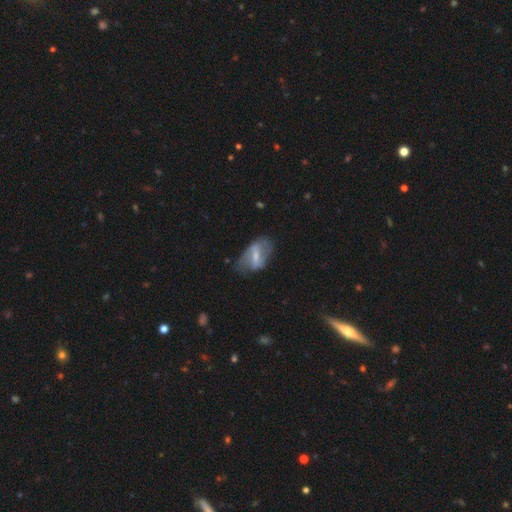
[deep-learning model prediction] smooth_or_featured: featured or disk (p=0.66) [alt: smooth p=0.27]
disk_edge_on: no (p=0.93) [alt: yes p=0.07]
bar: strong (p=0.51) [alt: weak p=0.38]
has_spiral_arms: yes (p=0.67) [alt: no p=0.33]
bulge_size: small (p=0.43) [alt: moderate p=0.41]
merging: none (p=0.56) [alt: minor disturbance p=0.28]